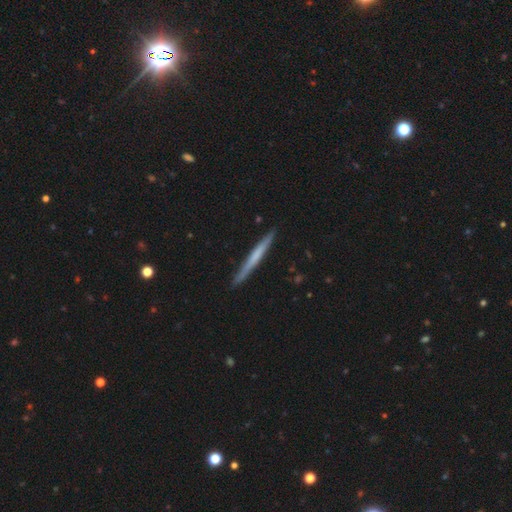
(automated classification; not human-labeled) A smooth galaxy with no disk features (49%).

Vote fractions:
- Smooth or featured? smooth: 49% / featured or disk: 47% / star or artifact: 5%
- Merging? none: 89% / minor disturbance: 8% / major disturbance: 1% / merger: 1%